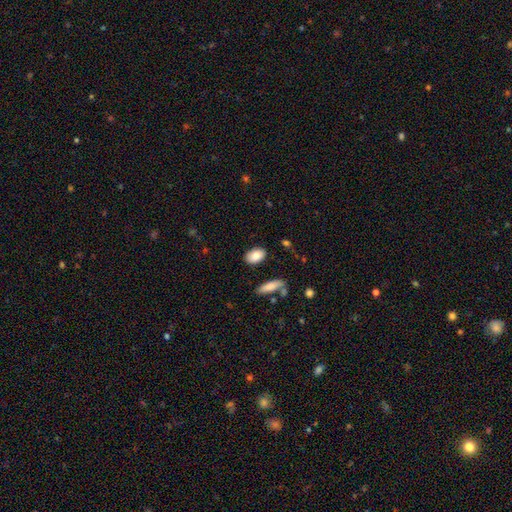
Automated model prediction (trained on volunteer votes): Q: Smooth or featured?
A: smooth (86%); runner-up: featured or disk (7%)
Q: How rounded?
A: in between (89%); runner-up: round (8%)
Q: Merging?
A: none (85%); runner-up: minor disturbance (10%)